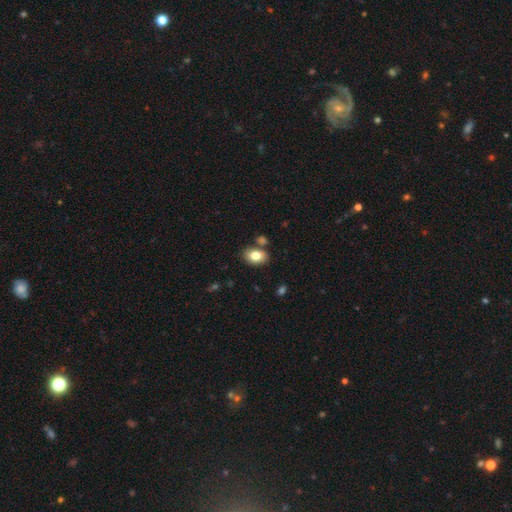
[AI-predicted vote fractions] A smooth galaxy with no disk features (80%) that is in between round and cigar-shaped (81%).

Vote fractions:
- Smooth or featured? smooth: 80% / featured or disk: 12% / star or artifact: 8%
- How rounded? in between: 81% / round: 18% / cigar-shaped: 1%
- Merging? none: 74% / minor disturbance: 12% / merger: 10% / major disturbance: 3%